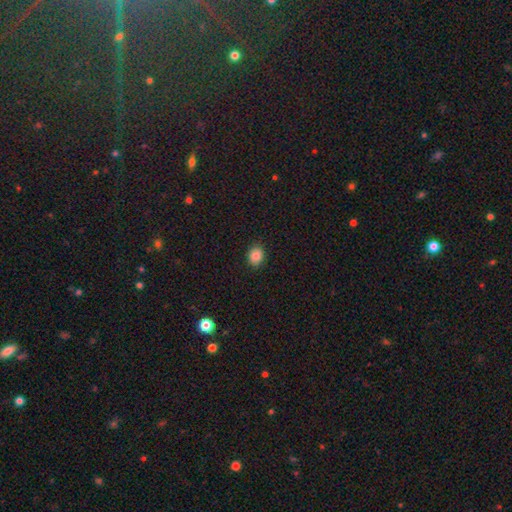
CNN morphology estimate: Smooth or featured? Predicted: smooth (p=0.85). How rounded? Predicted: round (p=0.50). Merging? Predicted: none (p=0.89).